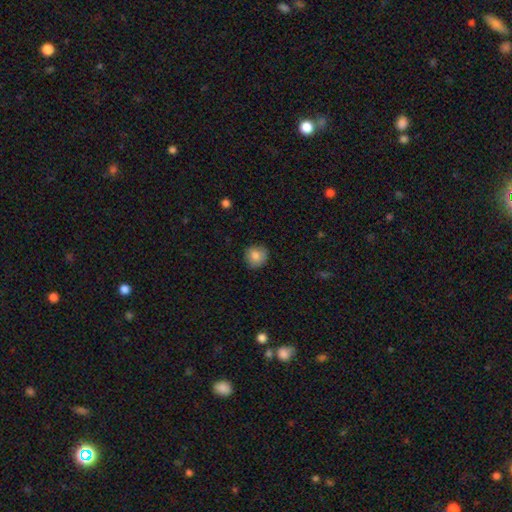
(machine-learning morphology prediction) Q: Smooth or featured?
A: smooth (83%); runner-up: star or artifact (9%)
Q: How rounded?
A: round (90%); runner-up: in between (9%)
Q: Merging?
A: none (87%); runner-up: minor disturbance (10%)